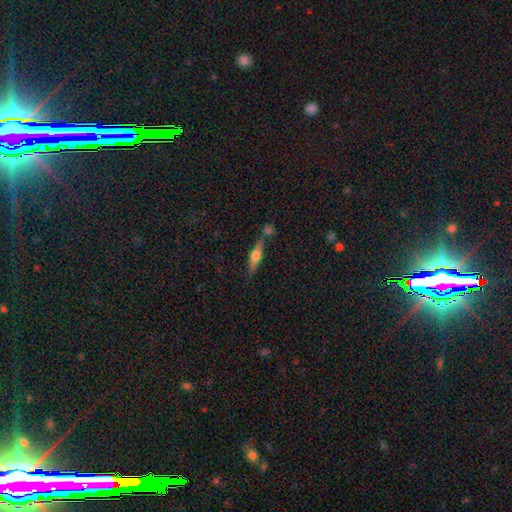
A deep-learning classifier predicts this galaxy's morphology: A featured or disk galaxy (57%) viewed edge-on (94%) with a rounded central bulge (91%).

Vote fractions:
- Smooth or featured? featured or disk: 57% / smooth: 36% / star or artifact: 7%
- Edge-on disk? yes: 94% / no: 6%
- Edge-on bulge? rounded: 91% / boxy: 6% / none: 3%
- Merging? none: 69% / merger: 14% / minor disturbance: 13% / major disturbance: 4%